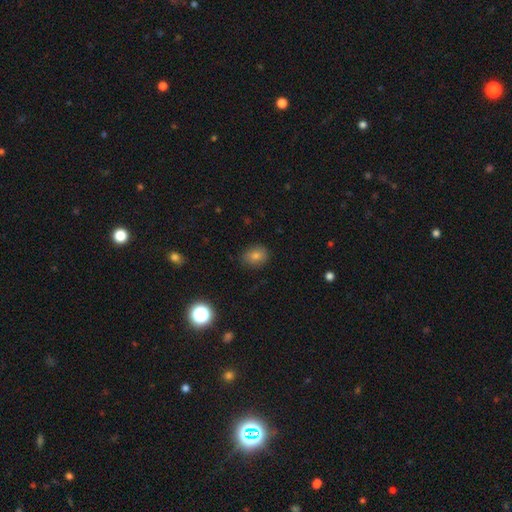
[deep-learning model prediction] Overall: smooth (75%). How rounded: round (55%; in between 44%). Merging: none (83%).